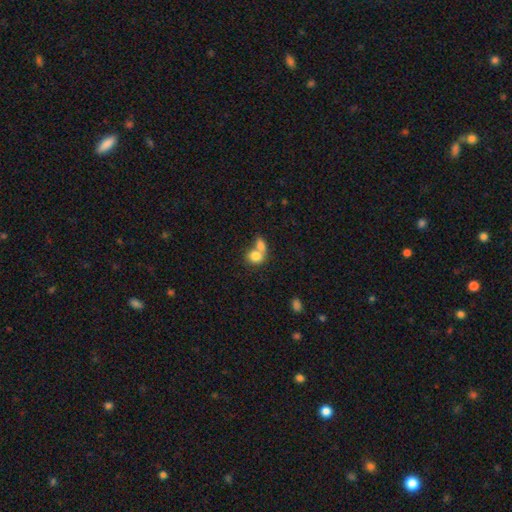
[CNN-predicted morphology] Smooth or featured?
  - smooth: 79% *
  - featured or disk: 13%
  - star or artifact: 8%
How rounded?
  - round: 56% *
  - in between: 42%
  - cigar-shaped: 1%
Merging?
  - merger: 65% *
  - none: 24%
  - minor disturbance: 6%
  - major disturbance: 4%